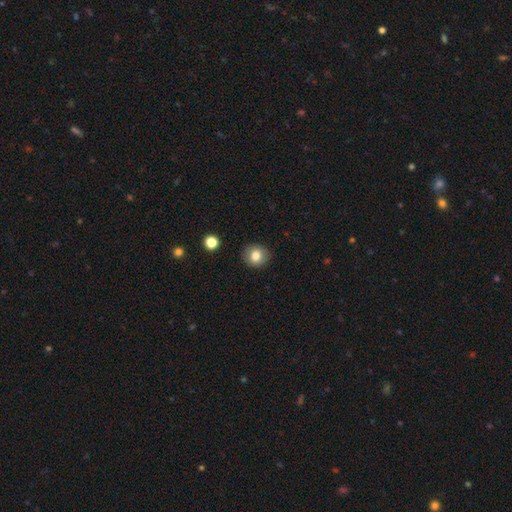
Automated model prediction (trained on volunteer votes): Q: Smooth or featured?
A: smooth (81%); runner-up: star or artifact (10%)
Q: How rounded?
A: round (84%); runner-up: in between (15%)
Q: Merging?
A: none (90%); runner-up: minor disturbance (7%)